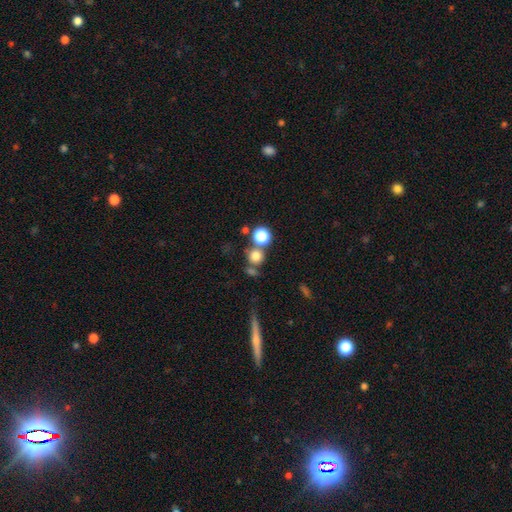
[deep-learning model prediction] This appears to be a smooth galaxy with no disk features (75%) that is round (89%). Merging: none (62%).